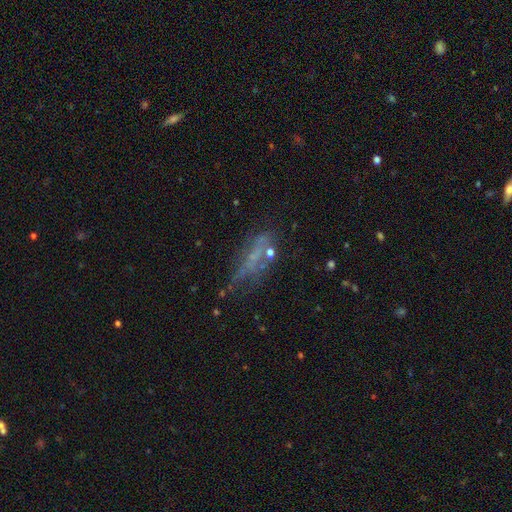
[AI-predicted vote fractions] A featured or disk galaxy (43%).

Vote fractions:
- Smooth or featured? featured or disk: 43% / smooth: 32% / star or artifact: 25%
- Merging? none: 44% / major disturbance: 24% / minor disturbance: 23% / merger: 9%